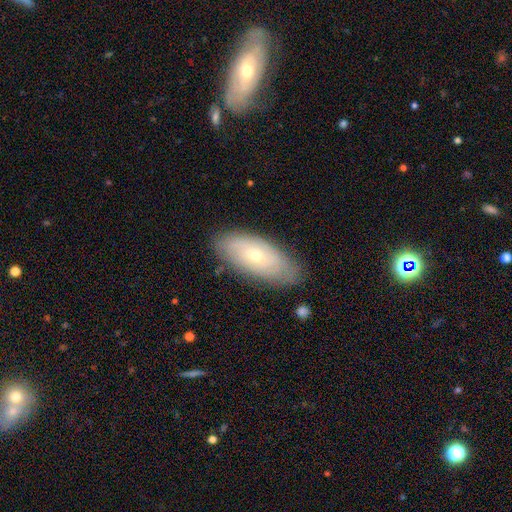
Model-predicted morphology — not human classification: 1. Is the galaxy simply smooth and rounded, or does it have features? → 51% featured or disk, 42% smooth, 7% star or artifact.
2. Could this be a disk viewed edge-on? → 86% no, 14% yes.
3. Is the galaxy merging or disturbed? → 79% none, 16% minor disturbance, 4% major disturbance, 1% merger.